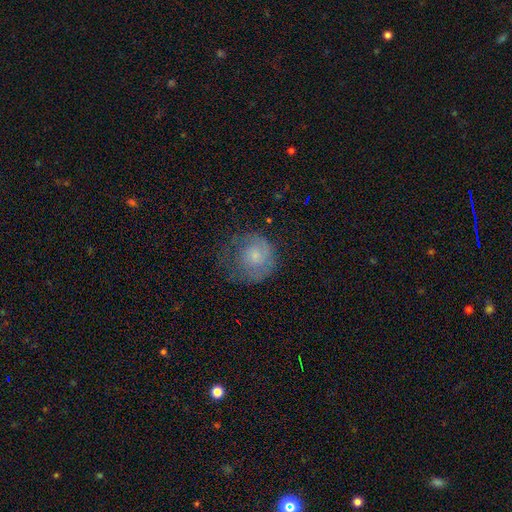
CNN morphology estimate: This is possibly a smooth galaxy (56%). How rounded: clearly round (83%). Merging: possibly none (46%).